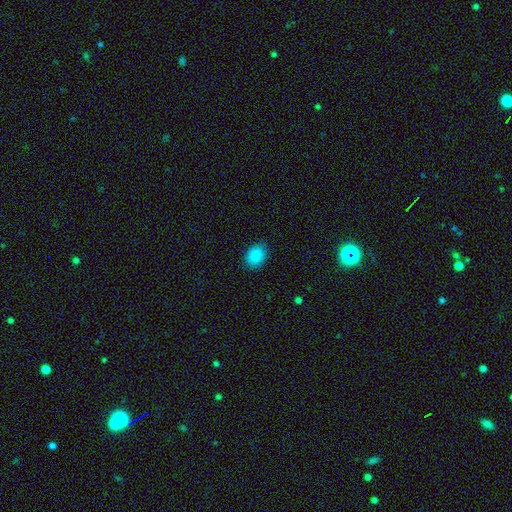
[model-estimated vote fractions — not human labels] smooth 88%, star or artifact 9%, featured or disk 3%. Down the decision tree: how rounded — in between (66%); merging — none (84%).